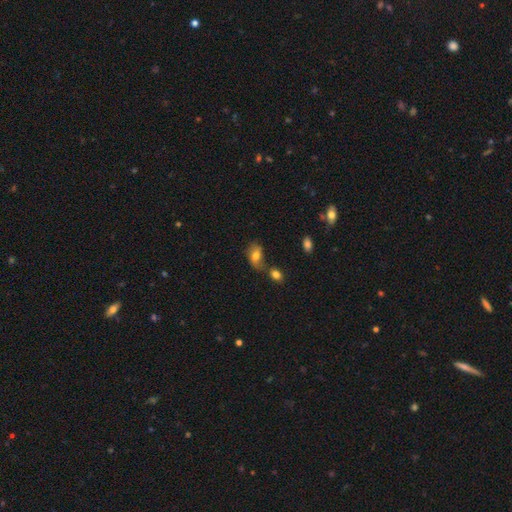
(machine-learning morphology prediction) Q: Smooth or featured?
A: smooth (74%); runner-up: featured or disk (16%)
Q: How rounded?
A: in between (82%); runner-up: round (16%)
Q: Merging?
A: none (44%); runner-up: merger (27%)